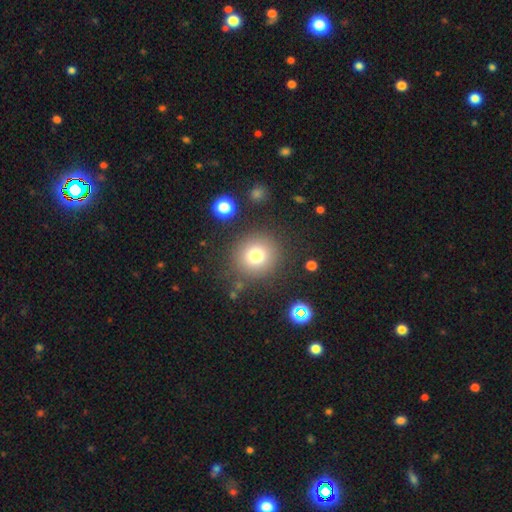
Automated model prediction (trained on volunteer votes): smooth_or_featured: smooth (p=0.76) [alt: star or artifact p=0.14]
how_rounded: round (p=0.93) [alt: in between p=0.06]
merging: none (p=0.85) [alt: minor disturbance p=0.08]